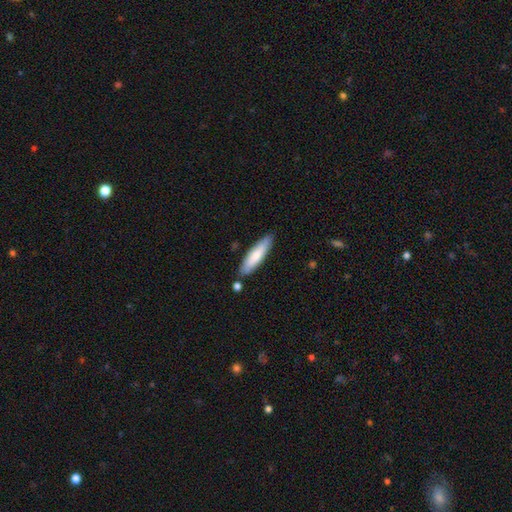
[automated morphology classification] Smooth or featured?
  - smooth: 77% *
  - featured or disk: 18%
  - star or artifact: 5%
How rounded?
  - cigar-shaped: 74% *
  - in between: 25%
  - round: 1%
Merging?
  - none: 82% *
  - minor disturbance: 11%
  - merger: 4%
  - major disturbance: 2%